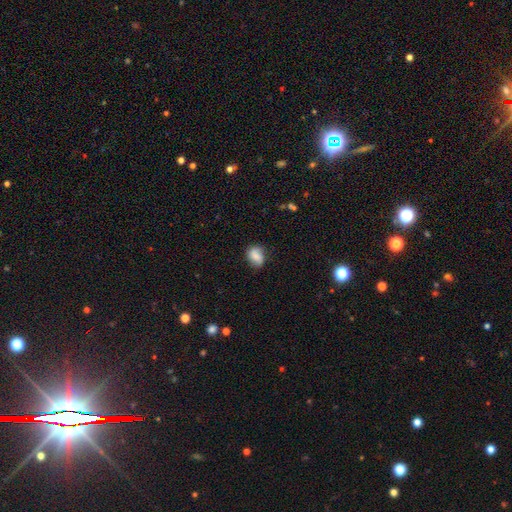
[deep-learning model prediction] smooth-or-featured: smooth: 67% | featured or disk: 24% | star or artifact: 9%
  how-rounded: in between: 63% | round: 35% | cigar-shaped: 2%
  merging: none: 63% | minor disturbance: 26% | major disturbance: 8% | merger: 2%